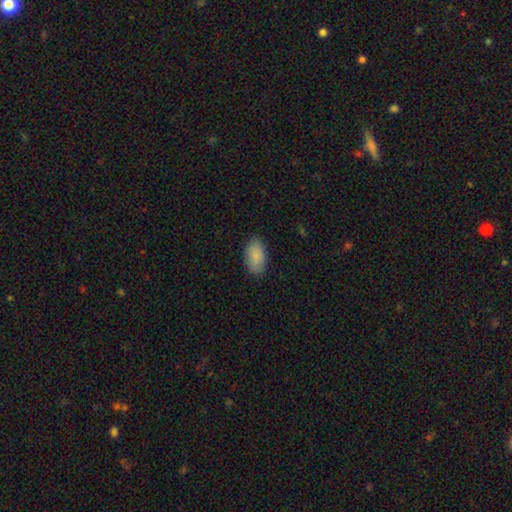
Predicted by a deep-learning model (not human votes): Q: Smooth or featured?
A: smooth (87%); runner-up: star or artifact (6%)
Q: How rounded?
A: in between (94%); runner-up: round (4%)
Q: Merging?
A: none (85%); runner-up: minor disturbance (11%)